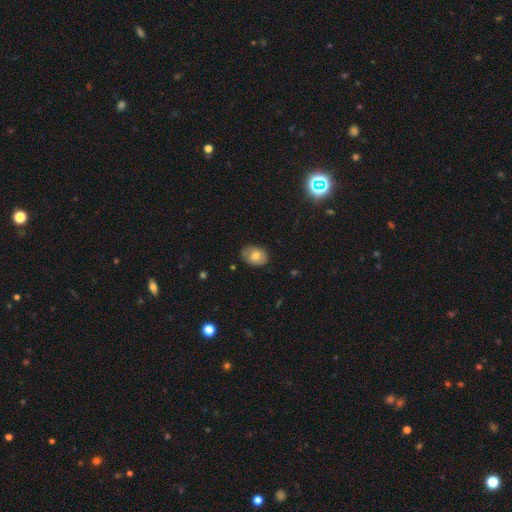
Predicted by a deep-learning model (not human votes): A smooth galaxy with no disk features (72%) that is in between round and cigar-shaped (75%).

Vote fractions:
- Smooth or featured? smooth: 72% / featured or disk: 20% / star or artifact: 8%
- How rounded? in between: 75% / round: 24% / cigar-shaped: 1%
- Merging? none: 80% / minor disturbance: 16% / major disturbance: 3% / merger: 1%